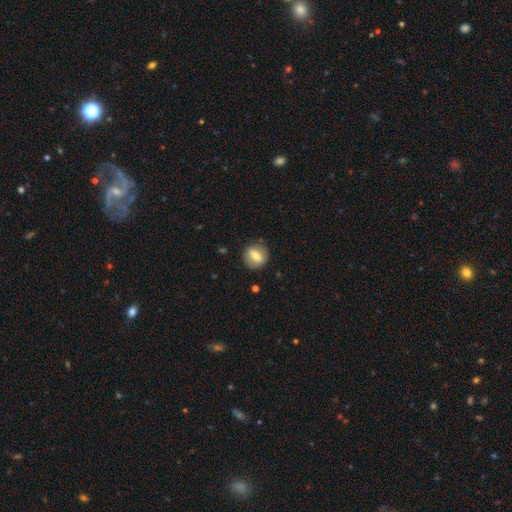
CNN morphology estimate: This is likely a smooth galaxy (64%). How rounded: likely round (75%). Merging: clearly none (86%).